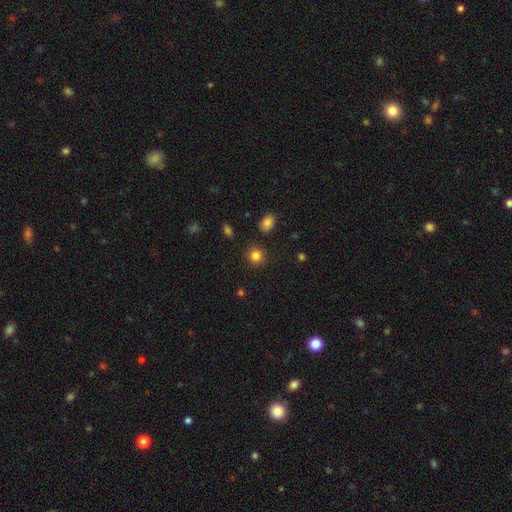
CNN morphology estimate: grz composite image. It shows a smooth galaxy with no disk features (84%) that is round (88%). Merging: none (87%).